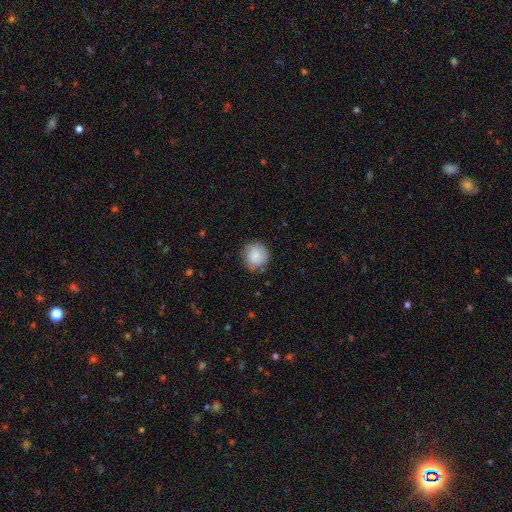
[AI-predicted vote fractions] This appears to be a smooth galaxy with no disk features (82%) that is round (89%). Merging: none (79%).